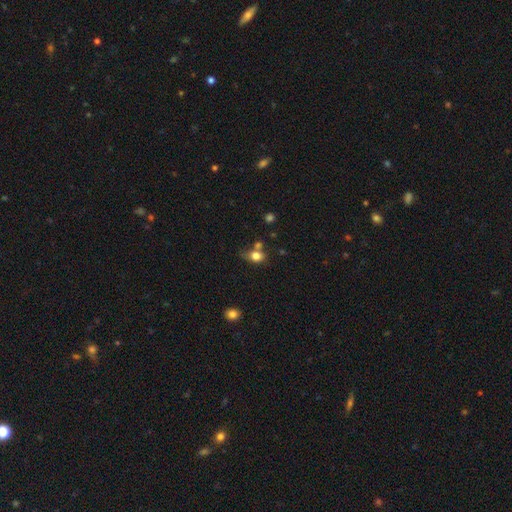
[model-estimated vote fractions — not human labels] smooth_or_featured: smooth (p=0.79) [alt: star or artifact p=0.11]
how_rounded: in between (p=0.59) [alt: round p=0.39]
merging: none (p=0.46) [alt: merger p=0.24]